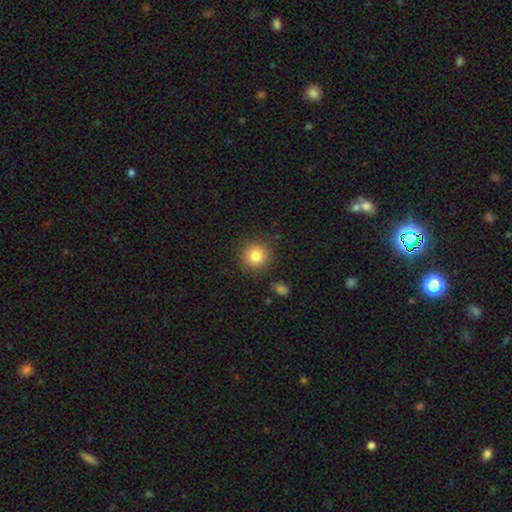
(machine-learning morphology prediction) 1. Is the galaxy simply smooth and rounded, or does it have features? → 82% smooth, 11% star or artifact, 8% featured or disk.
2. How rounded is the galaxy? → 94% round, 5% in between, 1% cigar-shaped.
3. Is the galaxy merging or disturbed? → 87% none, 8% minor disturbance, 3% major disturbance, 2% merger.